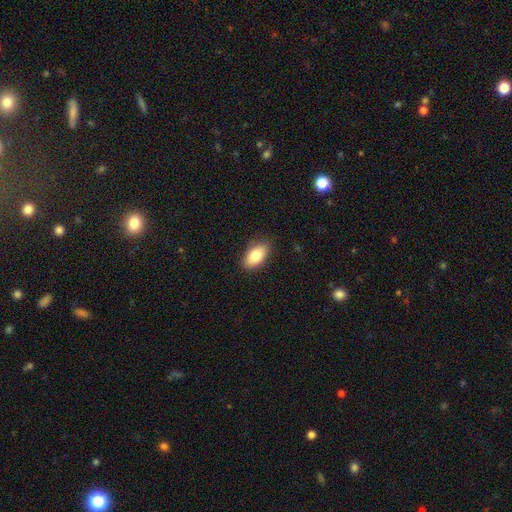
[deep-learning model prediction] Q: Smooth or featured?
A: smooth (82%); runner-up: featured or disk (11%)
Q: How rounded?
A: in between (92%); runner-up: cigar-shaped (4%)
Q: Merging?
A: none (86%); runner-up: minor disturbance (10%)